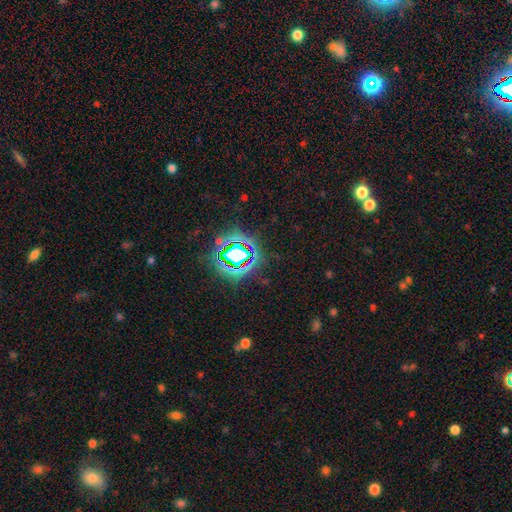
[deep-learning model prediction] This is clearly a star or artifact rather than a galaxy (82%).